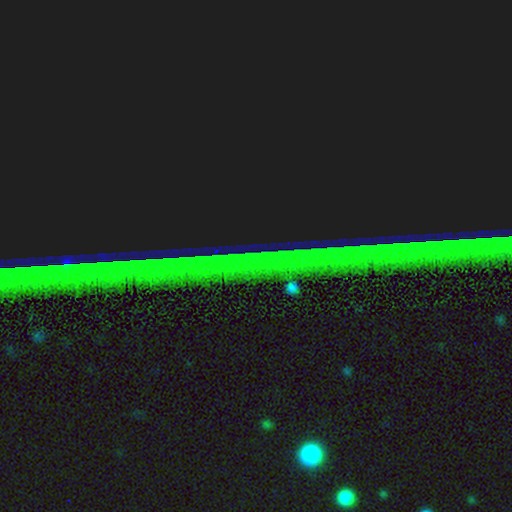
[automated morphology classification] star or artifact 82%, smooth 9%, featured or disk 9%.